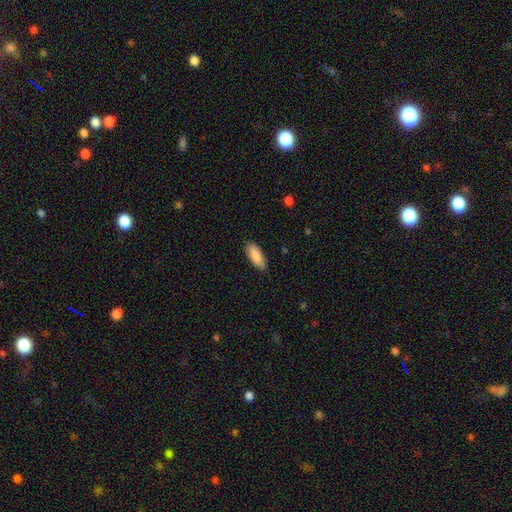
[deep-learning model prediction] Smooth or featured?
  - smooth: 87% *
  - featured or disk: 7%
  - star or artifact: 6%
How rounded?
  - in between: 72% *
  - cigar-shaped: 27%
  - round: 2%
Merging?
  - none: 87% *
  - minor disturbance: 10%
  - major disturbance: 2%
  - merger: 1%